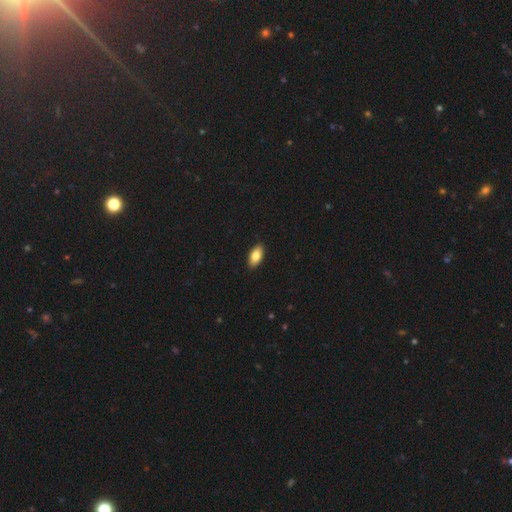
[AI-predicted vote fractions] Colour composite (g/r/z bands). It shows a smooth galaxy with no disk features (84%) that is in between round and cigar-shaped (92%). Merging: none (90%).